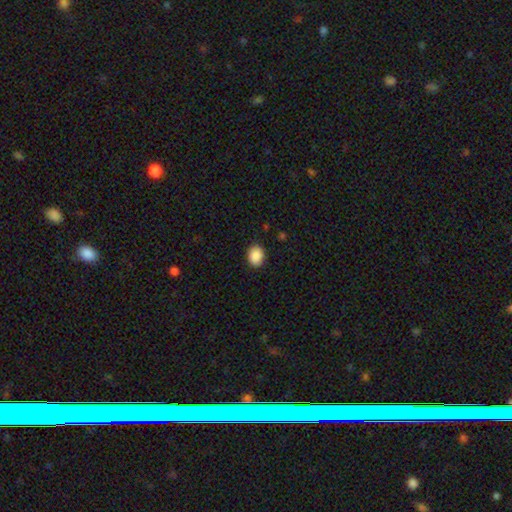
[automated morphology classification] Smooth or featured? smooth (90%)
How rounded? in between (57%)
Merging? none (89%)